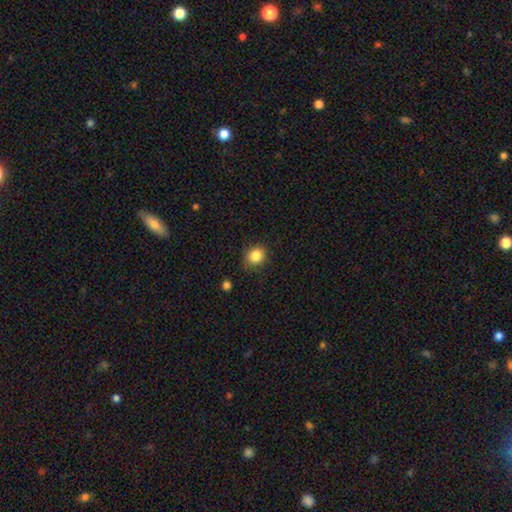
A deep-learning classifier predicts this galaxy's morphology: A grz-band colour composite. It shows a smooth galaxy with no disk features (84%) that is round (74%). Merging: none (79%).